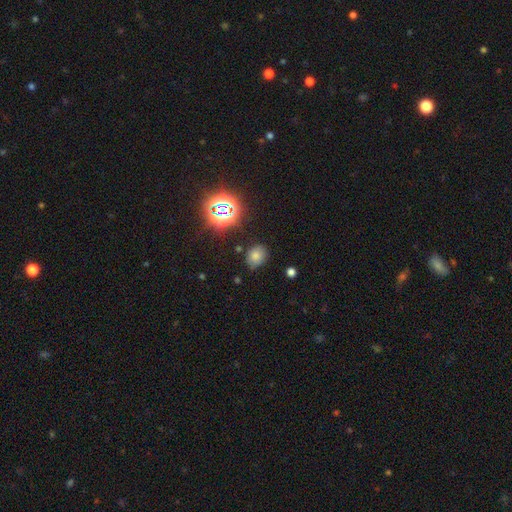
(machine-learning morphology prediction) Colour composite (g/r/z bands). It shows a smooth galaxy with no disk features (61%) that is in between round and cigar-shaped (55%). Merging: none (81%).